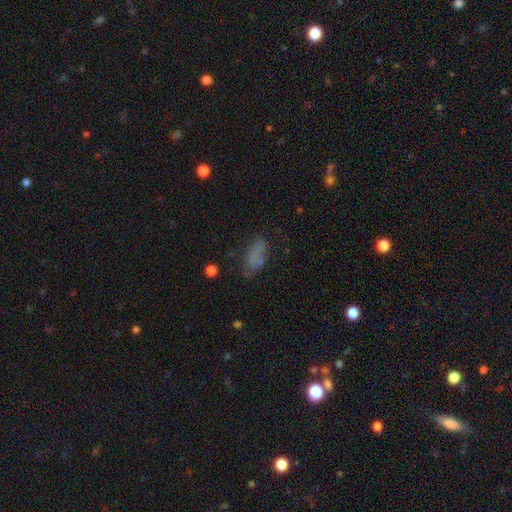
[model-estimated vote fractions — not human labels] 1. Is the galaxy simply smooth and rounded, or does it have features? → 70% smooth, 16% featured or disk, 15% star or artifact.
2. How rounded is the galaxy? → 83% in between, 13% cigar-shaped, 4% round.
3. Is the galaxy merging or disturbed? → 58% none, 25% minor disturbance, 14% major disturbance, 3% merger.